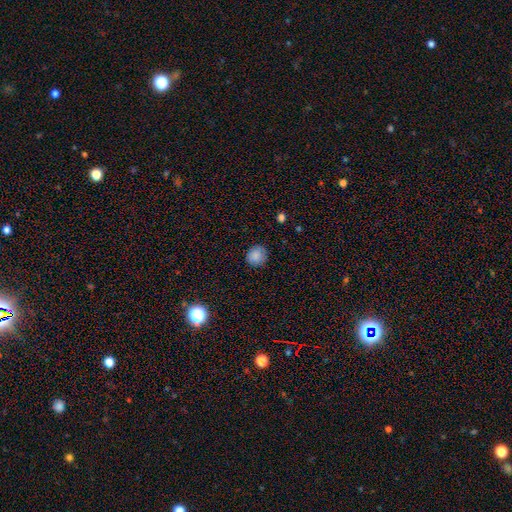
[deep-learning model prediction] smooth-or-featured: smooth: 85% | star or artifact: 10% | featured or disk: 5%
  how-rounded: round: 86% | in between: 13% | cigar-shaped: 1%
  merging: none: 86% | minor disturbance: 10% | major disturbance: 2% | merger: 1%